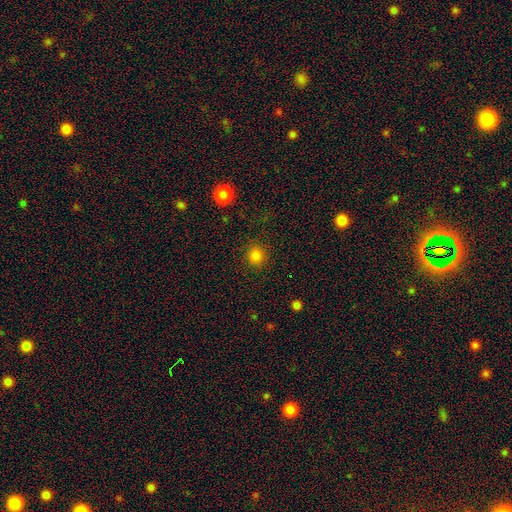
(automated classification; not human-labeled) Smooth or featured: smooth — 84% (star or artifact — 13%)
How rounded: round — 91% (in between — 8%)
Merging: none — 89% (minor disturbance — 7%)